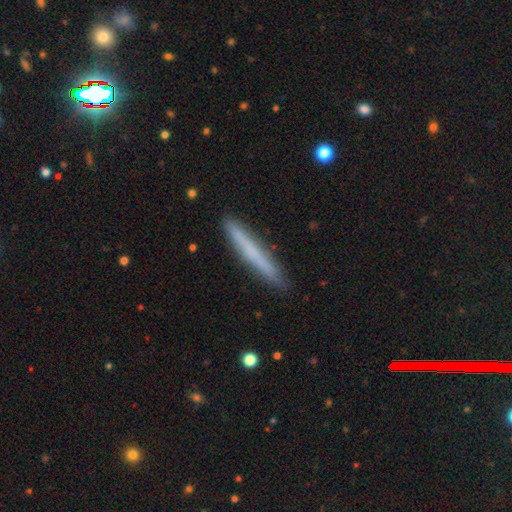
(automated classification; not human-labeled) A smooth galaxy with no disk features (58%) that is cigar-shaped (95%).

Vote fractions:
- Smooth or featured? smooth: 58% / featured or disk: 30% / star or artifact: 12%
- How rounded? cigar-shaped: 95% / in between: 3% / round: 1%
- Merging? none: 88% / minor disturbance: 9% / major disturbance: 2% / merger: 1%